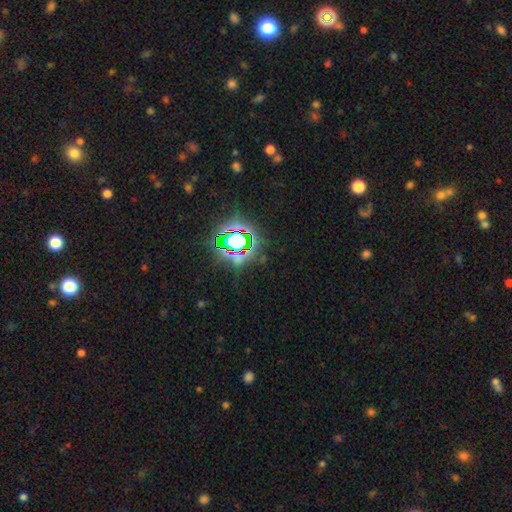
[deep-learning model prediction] Morphology: type=star or artifact (80%).